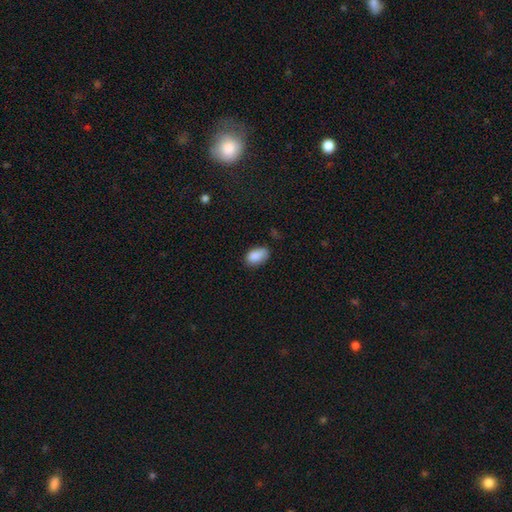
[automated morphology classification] Smooth or featured? smooth (87%)
How rounded? in between (92%)
Merging? none (67%)